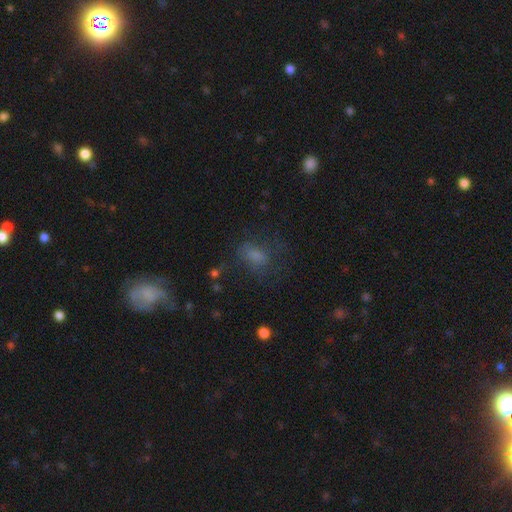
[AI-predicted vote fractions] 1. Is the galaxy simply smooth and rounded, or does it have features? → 62% smooth, 20% featured or disk, 18% star or artifact.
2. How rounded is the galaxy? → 73% in between, 23% round, 4% cigar-shaped.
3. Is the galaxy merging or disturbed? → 49% none, 27% major disturbance, 21% minor disturbance, 3% merger.